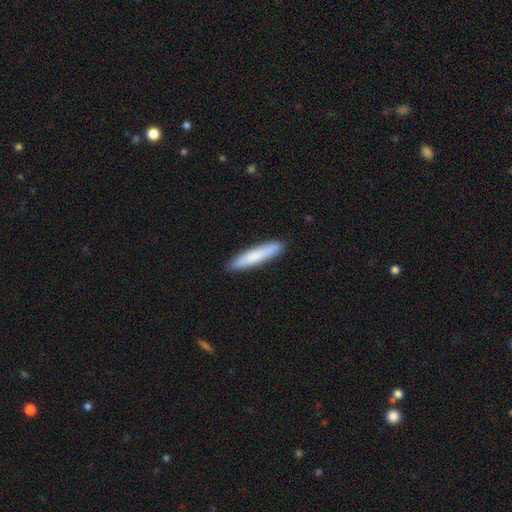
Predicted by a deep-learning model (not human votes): A smooth galaxy with no disk features (81%) that is cigar-shaped (90%). Merging: none (90%).